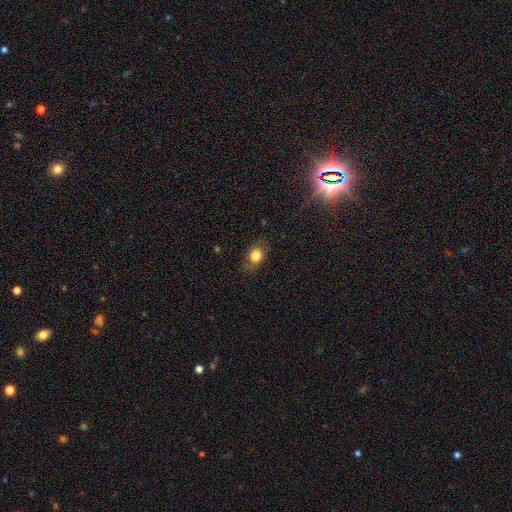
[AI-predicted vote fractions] smooth-or-featured: smooth: 79% | featured or disk: 11% | star or artifact: 9%
  how-rounded: in between: 62% | round: 35% | cigar-shaped: 2%
  merging: none: 76% | minor disturbance: 17% | major disturbance: 6% | merger: 1%